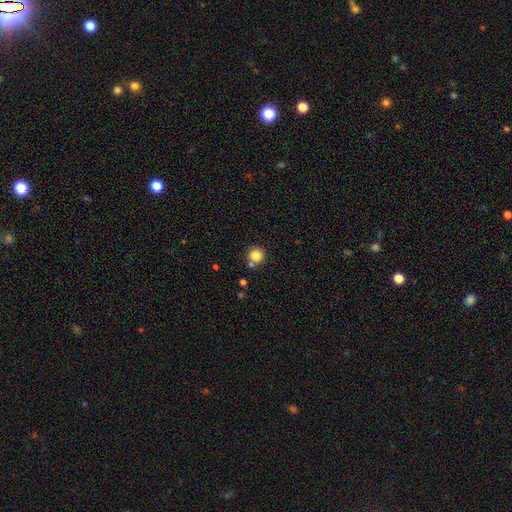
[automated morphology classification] Smooth or featured? Predicted: smooth (p=0.83). How rounded? Predicted: round (p=0.94). Merging? Predicted: none (p=0.75).